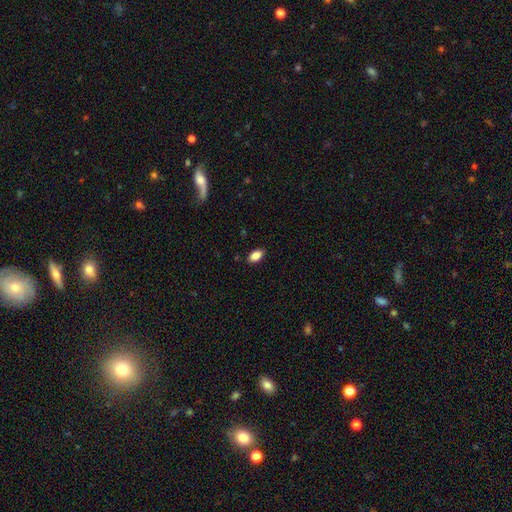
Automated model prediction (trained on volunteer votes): smooth_or_featured: smooth (p=0.85) [alt: star or artifact p=0.08]
how_rounded: in between (p=0.91) [alt: round p=0.06]
merging: none (p=0.88) [alt: minor disturbance p=0.09]